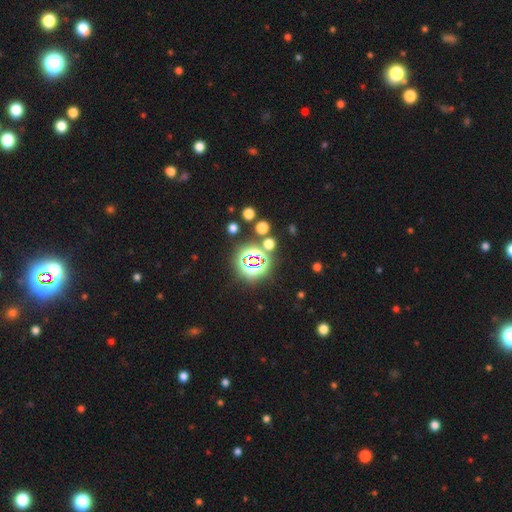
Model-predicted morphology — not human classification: type=star or artifact (65%).